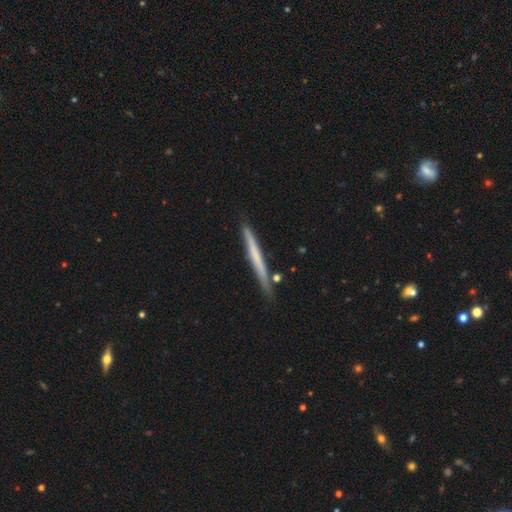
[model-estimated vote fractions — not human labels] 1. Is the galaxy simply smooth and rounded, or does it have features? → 49% smooth, 45% featured or disk, 5% star or artifact.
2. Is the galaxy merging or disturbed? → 86% none, 10% minor disturbance, 3% merger, 2% major disturbance.